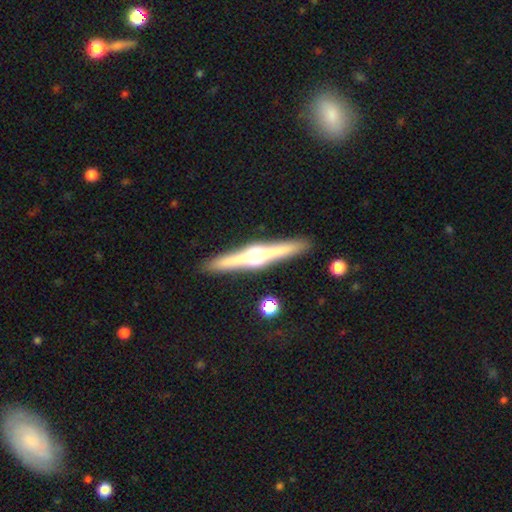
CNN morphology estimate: smooth-or-featured: featured or disk: 75% | smooth: 19% | star or artifact: 5%
  disk-edge-on: yes: 98% | no: 2%
    edge-on-bulge: rounded: 93% | boxy: 5% | none: 2%
  merging: none: 91% | minor disturbance: 6% | merger: 2% | major disturbance: 1%